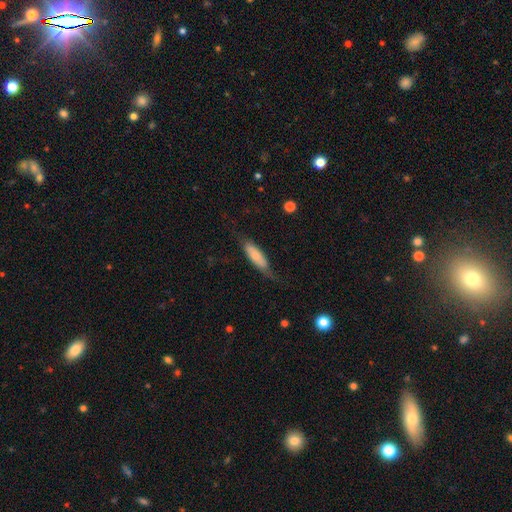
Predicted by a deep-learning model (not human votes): Morphology: type=smooth (62%); roundness=in between (50%); merging=none (62%).